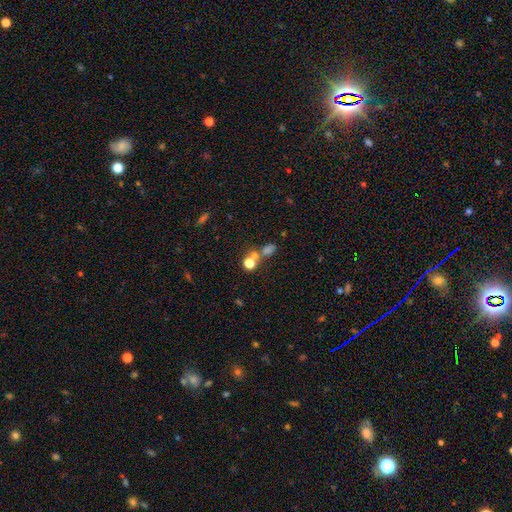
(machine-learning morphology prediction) Q: Smooth or featured?
A: smooth (46%); runner-up: star or artifact (40%)
Q: Merging?
A: none (50%); runner-up: merger (34%)